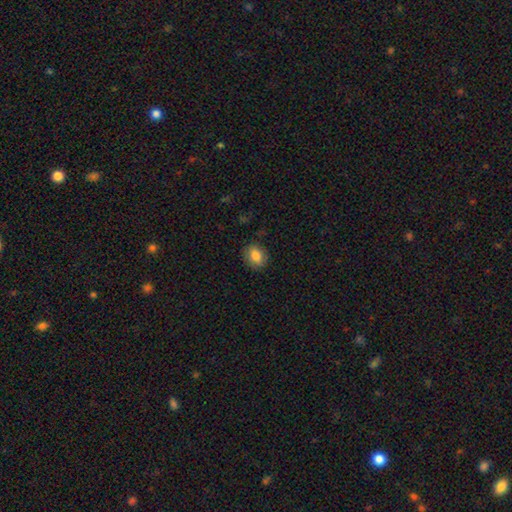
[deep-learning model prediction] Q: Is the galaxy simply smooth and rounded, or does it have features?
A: smooth — 82%.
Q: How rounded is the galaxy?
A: in between — 55%.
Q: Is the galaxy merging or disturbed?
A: none — 85%.